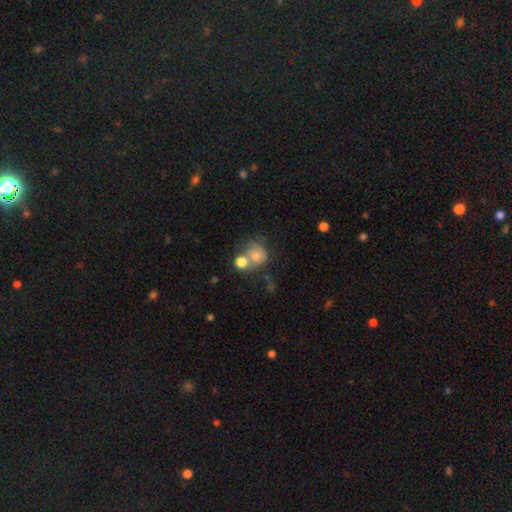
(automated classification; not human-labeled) Smooth or featured? smooth (73%)
How rounded? round (78%)
Merging? none (41%)